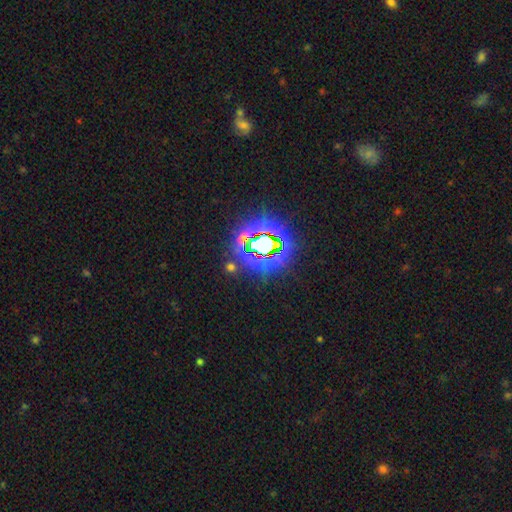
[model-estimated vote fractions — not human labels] This is clearly a star or artifact rather than a galaxy (84%).